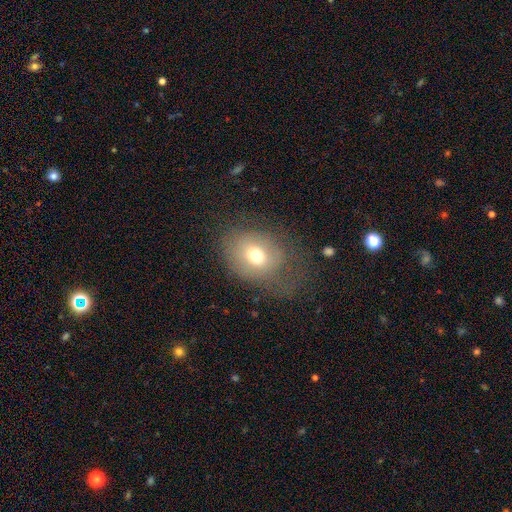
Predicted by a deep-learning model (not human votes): Smooth or featured: smooth — 68% (featured or disk — 19%)
How rounded: round — 53% (in between — 46%)
Merging: none — 50% (major disturbance — 26%)